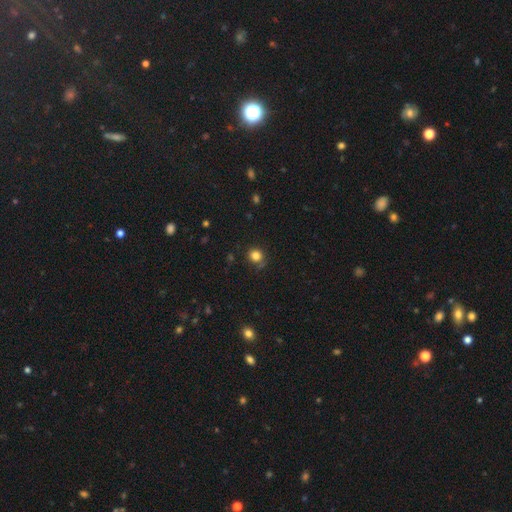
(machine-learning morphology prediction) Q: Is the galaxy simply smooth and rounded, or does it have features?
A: smooth — 82%.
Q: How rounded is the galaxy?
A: round — 88%.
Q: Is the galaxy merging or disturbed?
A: none — 80%.